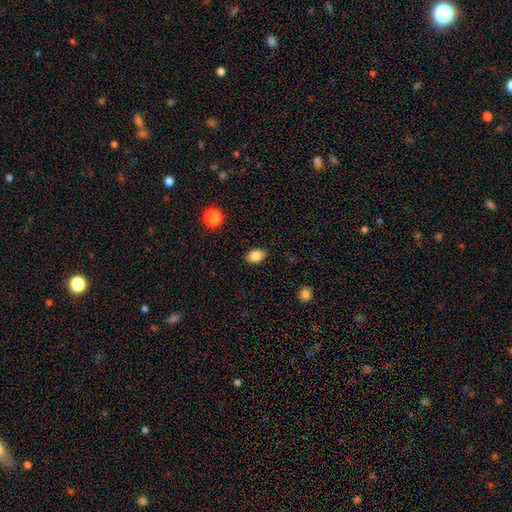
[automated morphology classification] Smooth or featured? Predicted: smooth (p=0.86). How rounded? Predicted: in between (p=0.83). Merging? Predicted: none (p=0.88).